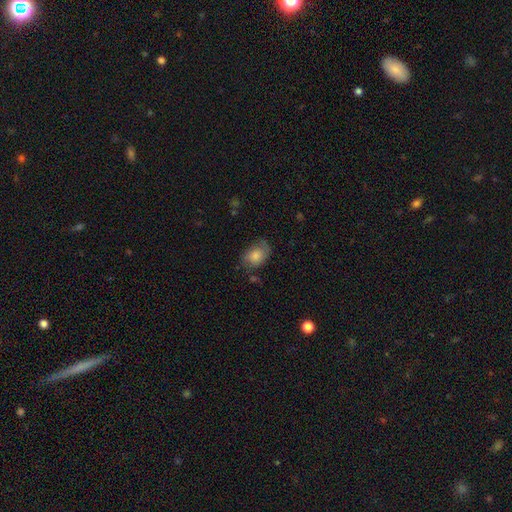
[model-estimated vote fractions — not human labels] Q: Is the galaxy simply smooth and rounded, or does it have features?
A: smooth — 72%.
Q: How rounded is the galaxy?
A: in between — 71%.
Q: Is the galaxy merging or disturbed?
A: none — 56%.